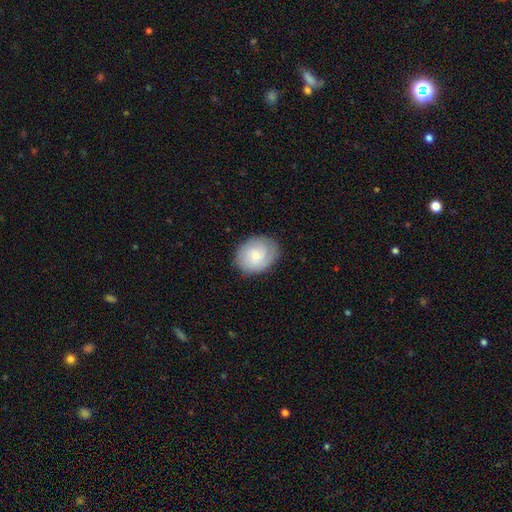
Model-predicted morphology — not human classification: Smooth or featured? smooth (55%)
How rounded? round (52%)
Merging? none (80%)